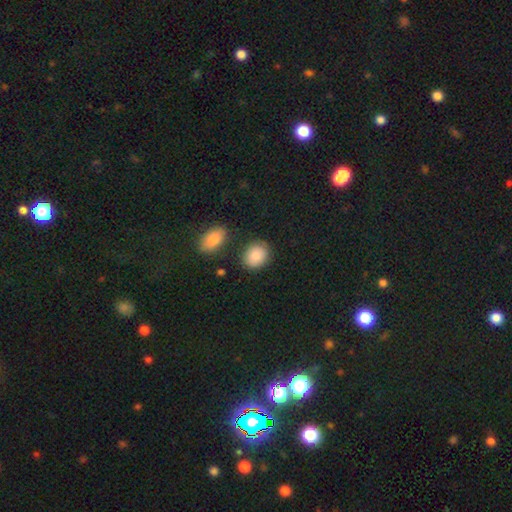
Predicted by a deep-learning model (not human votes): The model was most divided on "how rounded": in between: 51%, round: 48%, cigar-shaped: 1%. More confident: smooth or featured — smooth (87%); merging — none (79%).